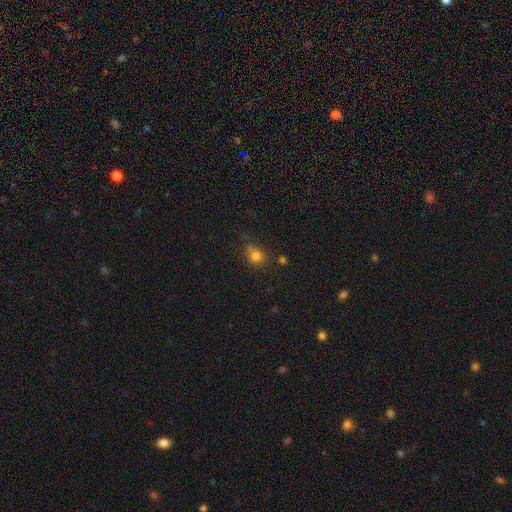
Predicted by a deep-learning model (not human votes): Smooth or featured: smooth — 79% (star or artifact — 15%)
How rounded: round — 74% (in between — 25%)
Merging: none — 59% (minor disturbance — 24%)